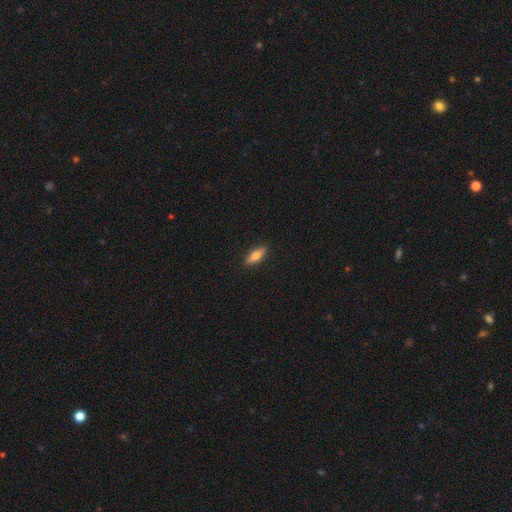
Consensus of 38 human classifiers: Smooth or featured? 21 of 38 (55%) said smooth. How rounded? 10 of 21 (48%, tied with cigar-shaped) said in between. Merging? 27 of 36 (75%) said none.